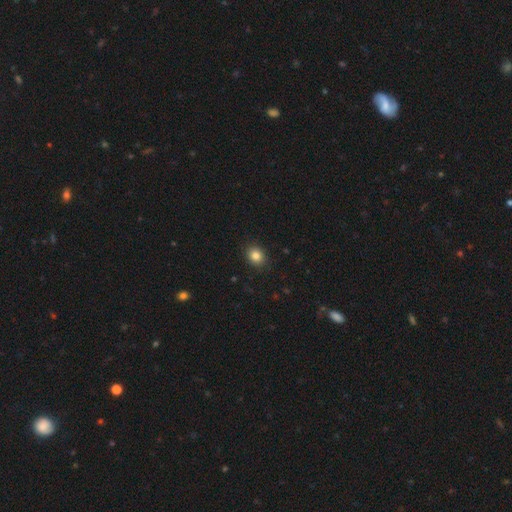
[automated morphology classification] Q: Smooth or featured?
A: smooth (84%); runner-up: star or artifact (11%)
Q: How rounded?
A: round (64%); runner-up: in between (35%)
Q: Merging?
A: none (89%); runner-up: minor disturbance (8%)